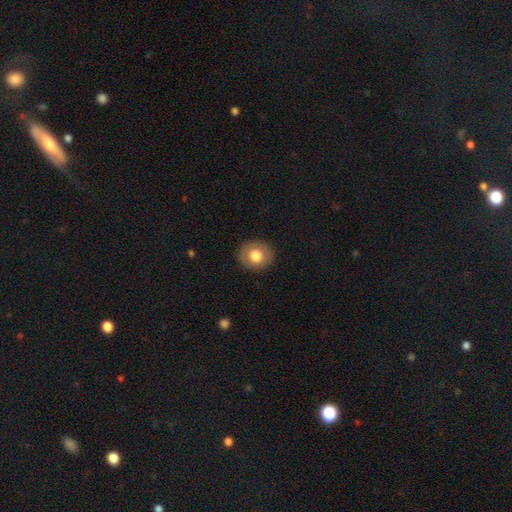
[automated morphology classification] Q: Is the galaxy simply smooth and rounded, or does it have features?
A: smooth — 78%.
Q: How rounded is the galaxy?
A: round — 80%.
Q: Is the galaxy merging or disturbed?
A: none — 89%.